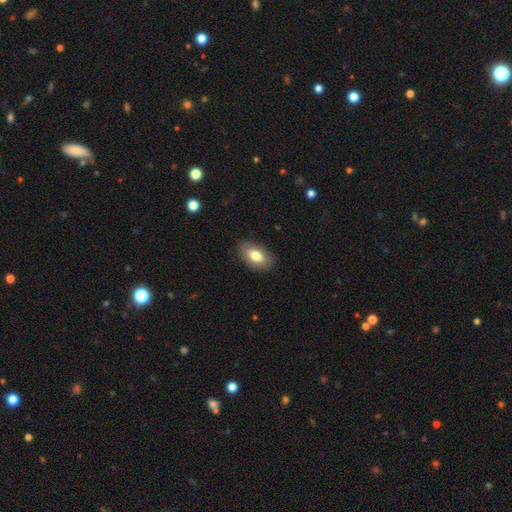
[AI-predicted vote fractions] Smooth or featured? smooth (79%)
How rounded? in between (92%)
Merging? none (86%)